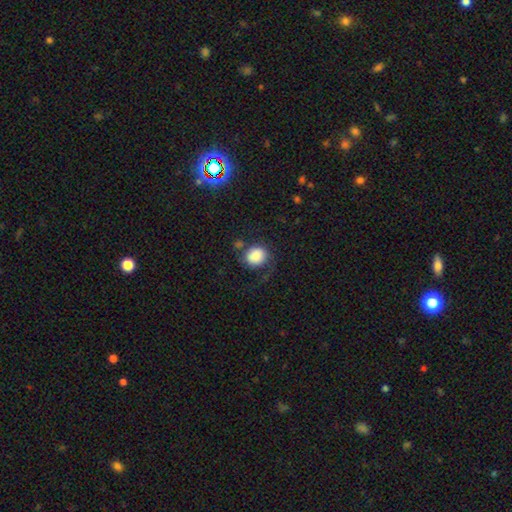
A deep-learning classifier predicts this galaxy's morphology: A smooth galaxy with no disk features (83%) that is round (74%).

Vote fractions:
- Smooth or featured? smooth: 83% / featured or disk: 9% / star or artifact: 8%
- How rounded? round: 74% / in between: 25% / cigar-shaped: 1%
- Merging? none: 54% / minor disturbance: 22% / major disturbance: 16% / merger: 8%